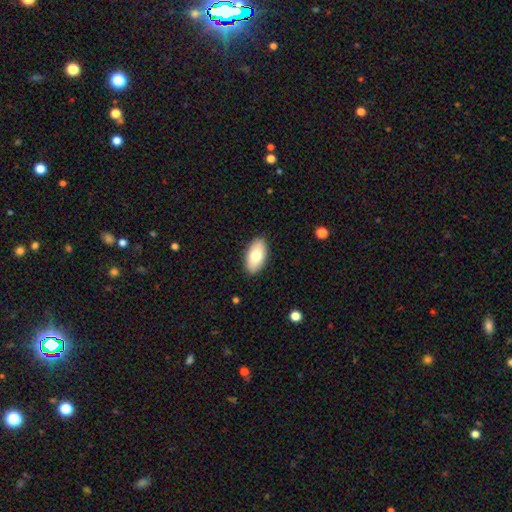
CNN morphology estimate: Q: Smooth or featured?
A: smooth (78%); runner-up: featured or disk (16%)
Q: How rounded?
A: in between (95%); runner-up: round (3%)
Q: Merging?
A: none (89%); runner-up: minor disturbance (8%)